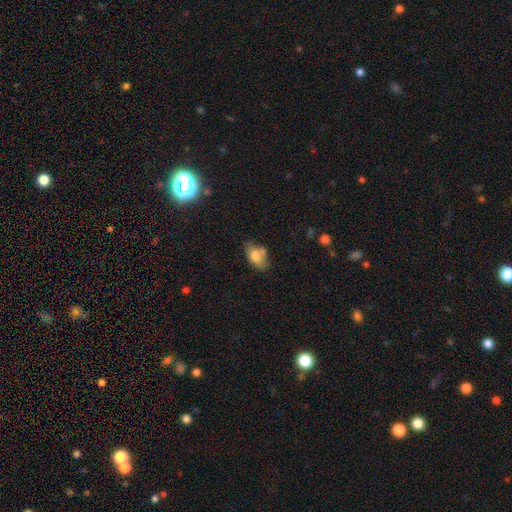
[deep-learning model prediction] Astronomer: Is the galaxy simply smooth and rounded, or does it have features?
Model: smooth — 73%.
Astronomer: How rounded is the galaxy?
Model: in between — 88%.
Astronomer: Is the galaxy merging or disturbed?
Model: none — 43% (runner-up: minor disturbance, 28%).